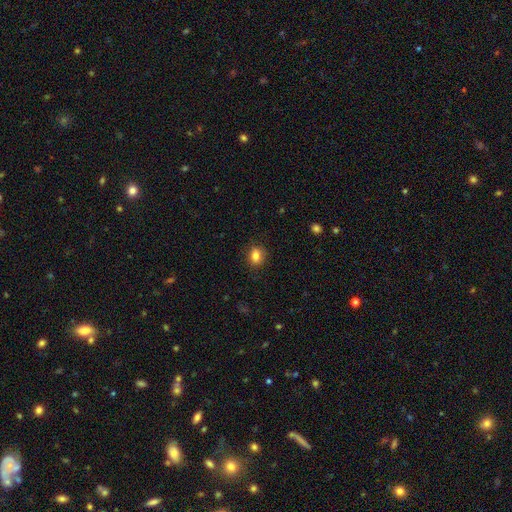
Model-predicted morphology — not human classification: The model was most divided on "how rounded": in between: 50%, round: 49%, cigar-shaped: 1%. More confident: merging — none (86%); smooth or featured — smooth (82%).